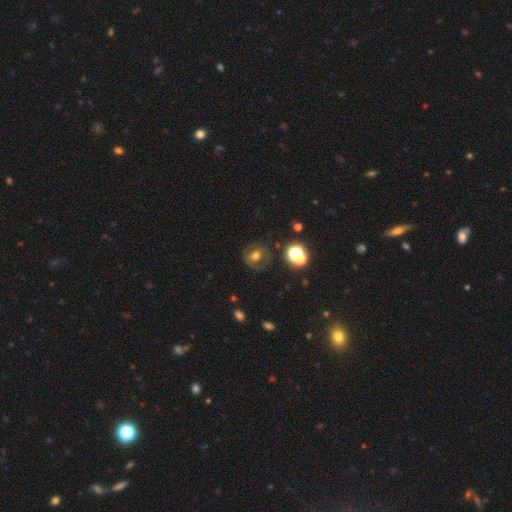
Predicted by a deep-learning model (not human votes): The model was most divided on "smooth or featured": smooth: 44%, featured or disk: 40%, star or artifact: 16%. More confident: merging — none (76%).